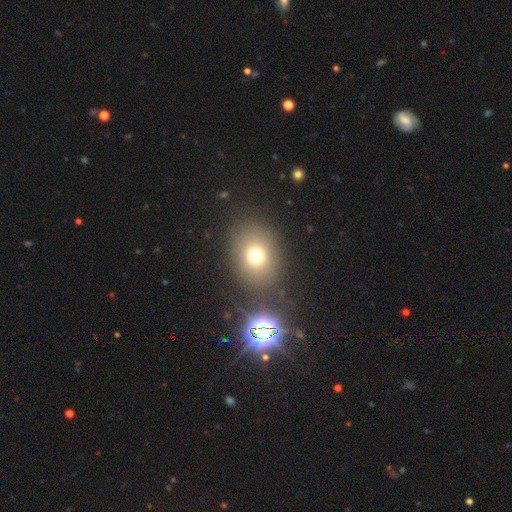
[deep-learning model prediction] A smooth galaxy with no disk features (70%) that is round (50%). Merging: none (77%).